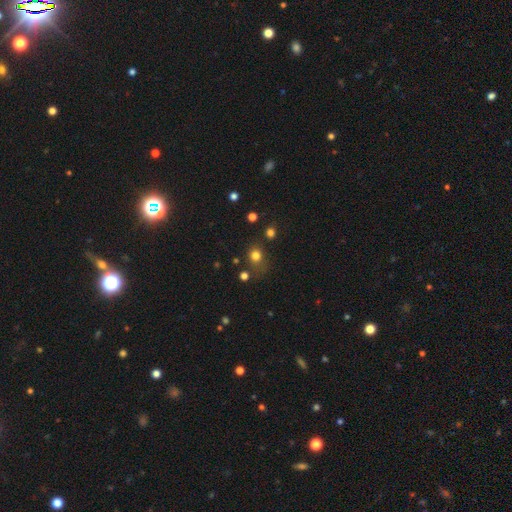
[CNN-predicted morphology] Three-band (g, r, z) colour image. It shows a smooth galaxy with no disk features (76%) that is round (79%). Merging: none (70%).